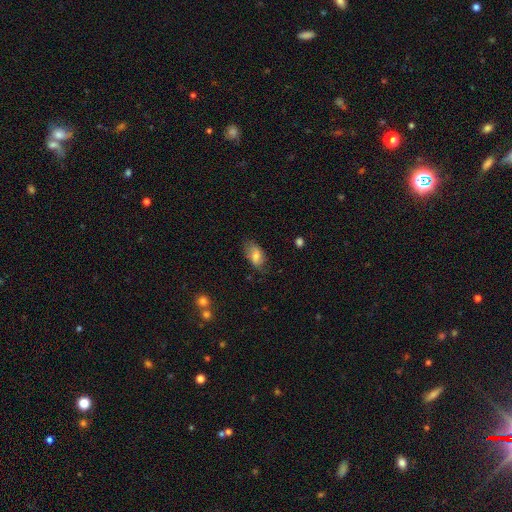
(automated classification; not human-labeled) Q: Smooth or featured?
A: smooth (69%); runner-up: featured or disk (23%)
Q: How rounded?
A: in between (91%); runner-up: round (6%)
Q: Merging?
A: none (65%); runner-up: minor disturbance (26%)